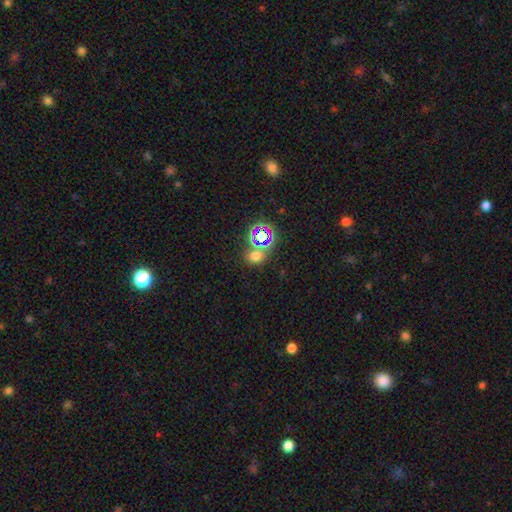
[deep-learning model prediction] A smooth galaxy with no disk features (53%) that is round (65%).

Vote fractions:
- Smooth or featured? smooth: 53% / star or artifact: 39% / featured or disk: 8%
- How rounded? round: 65% / in between: 33% / cigar-shaped: 1%
- Merging? none: 67% / merger: 18% / minor disturbance: 10% / major disturbance: 5%